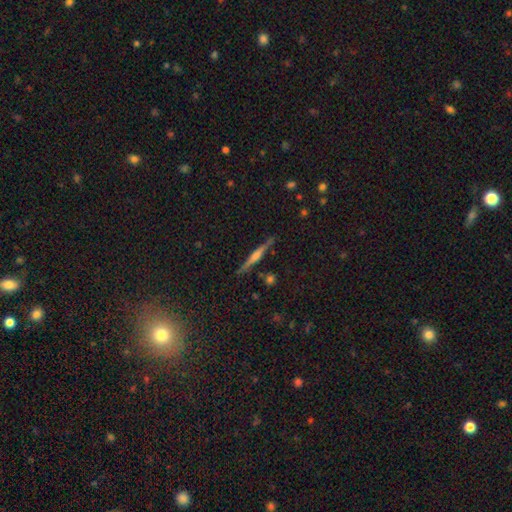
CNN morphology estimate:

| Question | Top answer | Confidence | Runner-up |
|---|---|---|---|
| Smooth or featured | featured or disk | 69% | smooth (22%) |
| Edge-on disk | yes | 98% | no (2%) |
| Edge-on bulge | rounded | 65% | none (18%) |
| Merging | none | 89% | minor disturbance (8%) |